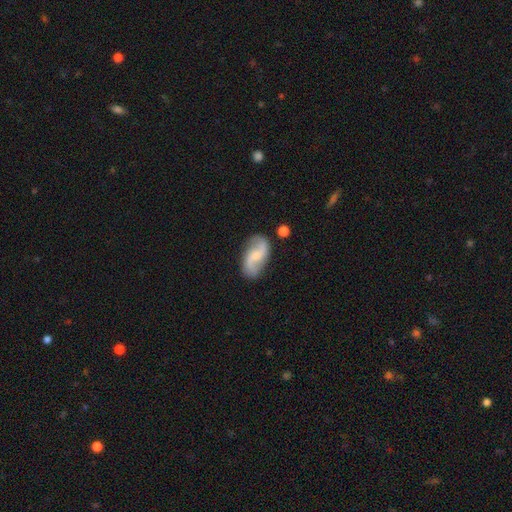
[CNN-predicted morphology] Smooth or featured? featured or disk (80%)
Edge-on disk? no (97%)
Bar? weak (46%)
Spiral arms? yes (95%)
Spiral winding? loose (65%)
Spiral arm count? 2 (92%)
Bulge size? small (50%)
Merging? none (80%)